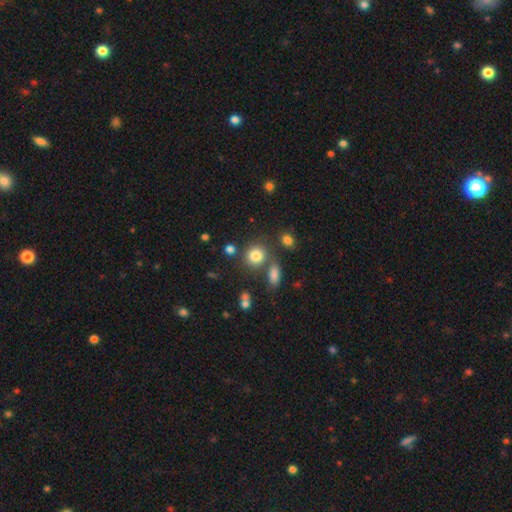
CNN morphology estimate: This is likely a smooth galaxy (80%). How rounded: likely round (78%). Merging: likely none (68%).